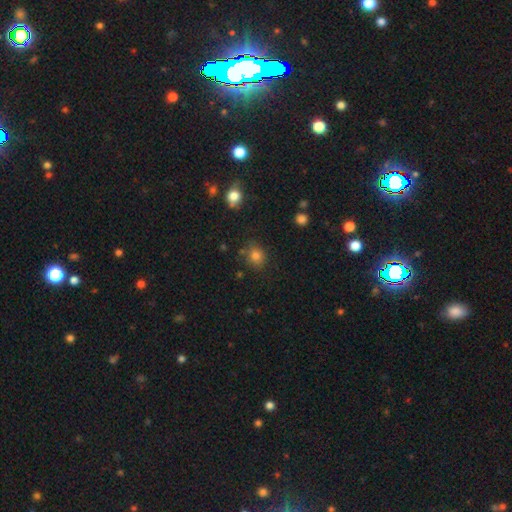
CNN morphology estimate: A smooth galaxy with no disk features (80%) that is round (75%). Merging: none (78%).